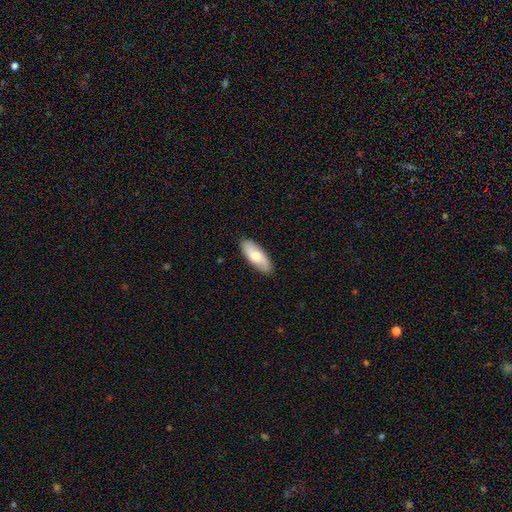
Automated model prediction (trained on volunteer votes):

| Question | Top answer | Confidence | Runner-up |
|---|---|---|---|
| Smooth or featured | smooth | 65% | featured or disk (30%) |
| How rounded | in between | 75% | cigar-shaped (23%) |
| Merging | none | 87% | minor disturbance (10%) |